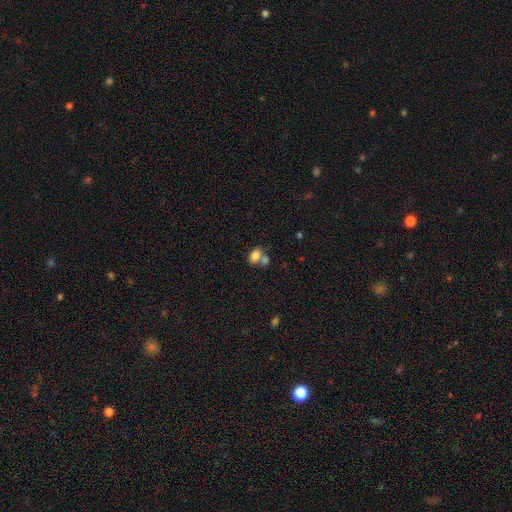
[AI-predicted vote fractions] Smooth or featured?
  - smooth: 79% *
  - featured or disk: 11%
  - star or artifact: 10%
How rounded?
  - in between: 82% *
  - round: 17%
  - cigar-shaped: 1%
Merging?
  - merger: 45% *
  - none: 38%
  - minor disturbance: 11%
  - major disturbance: 5%